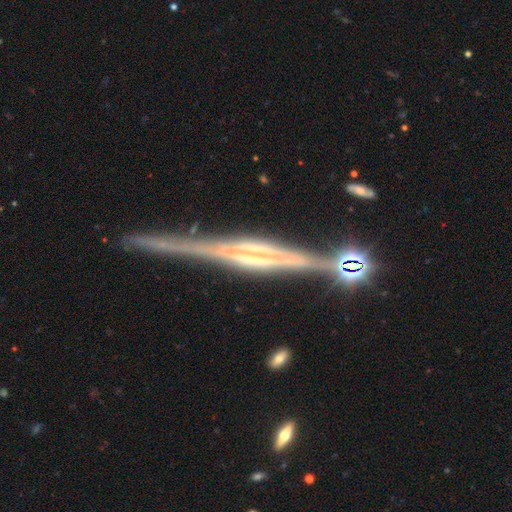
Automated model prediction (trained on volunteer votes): A featured or disk galaxy (88%) viewed edge-on (97%) with a boxy central bulge (59%). Merging: none (80%).